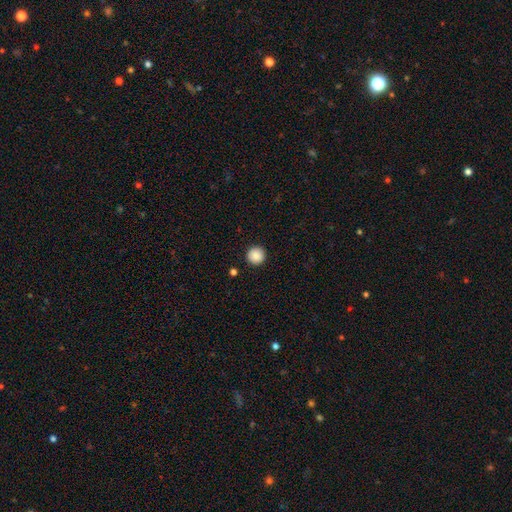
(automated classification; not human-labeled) This appears to be a smooth galaxy with no disk features (88%) that is round (96%). Merging: none (93%).